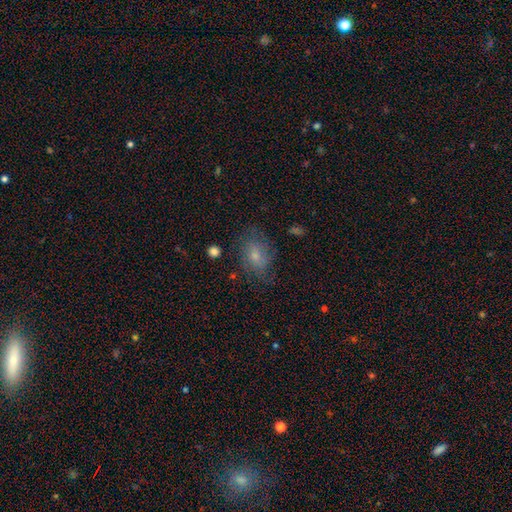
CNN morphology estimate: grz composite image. It shows a smooth galaxy with no disk features (46%). Merging: none (64%).